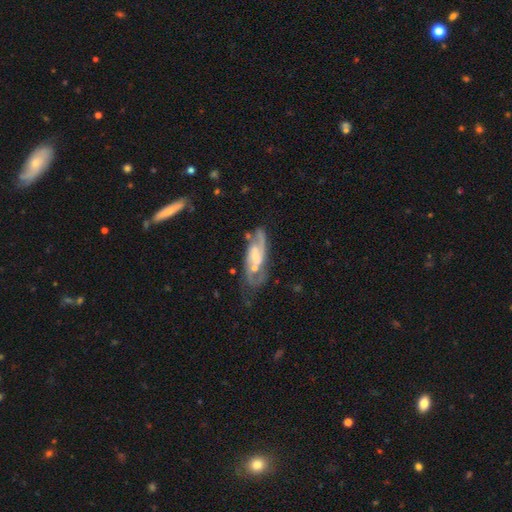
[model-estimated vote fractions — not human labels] A featured or disk galaxy (86%) with a weak bar (49%), 2 (85%) medium (54%) spiral arms (96%) and a small central bulge (53%). Merging: none (61%).